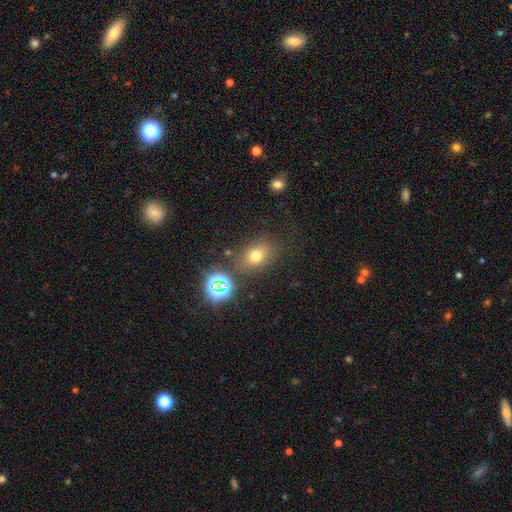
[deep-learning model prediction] smooth 68%, star or artifact 22%, featured or disk 11%. Down the decision tree: how rounded — in between (59%); merging — none (77%).